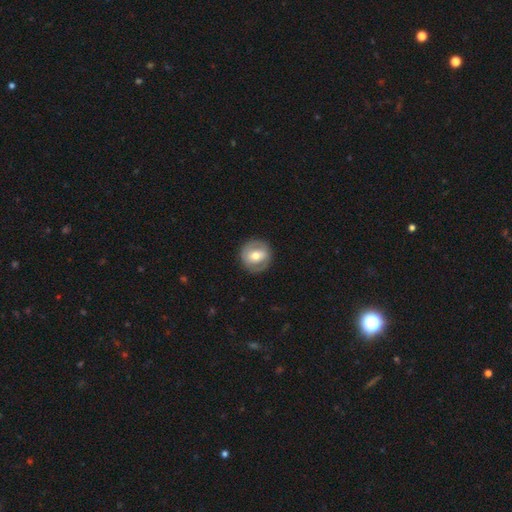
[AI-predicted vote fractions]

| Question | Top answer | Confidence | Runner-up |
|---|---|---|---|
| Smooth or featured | featured or disk | 48% | smooth (46%) |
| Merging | none | 85% | minor disturbance (10%) |